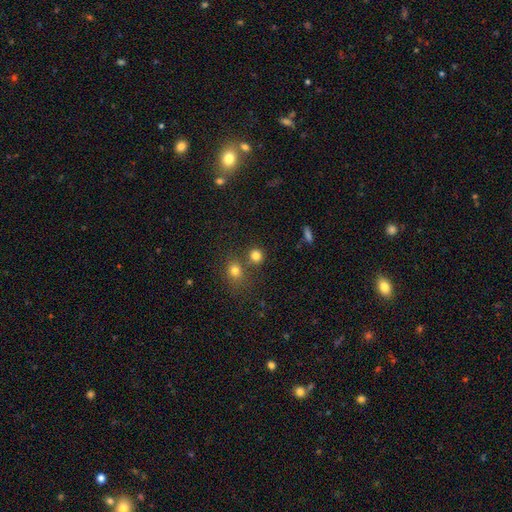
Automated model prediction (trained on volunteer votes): smooth_or_featured: smooth (p=0.80) [alt: star or artifact p=0.14]
how_rounded: round (p=0.87) [alt: in between p=0.12]
merging: none (p=0.69) [alt: merger p=0.20]